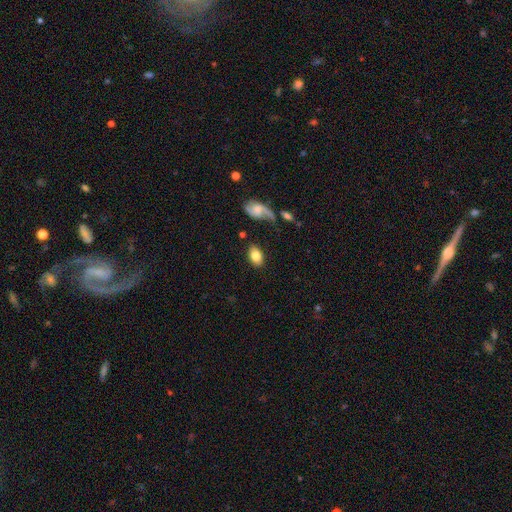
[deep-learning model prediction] smooth-or-featured: smooth: 79% | featured or disk: 14% | star or artifact: 7%
  how-rounded: in between: 90% | round: 9% | cigar-shaped: 2%
  merging: none: 78% | minor disturbance: 13% | major disturbance: 5% | merger: 4%